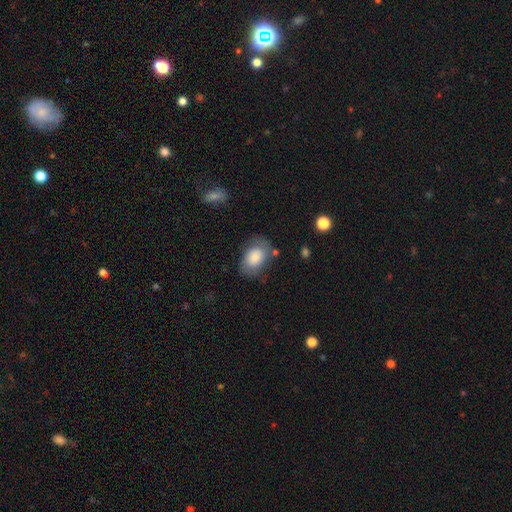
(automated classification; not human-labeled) This is likely a smooth galaxy (78%). How rounded: clearly in between (86%). Merging: likely none (65%).